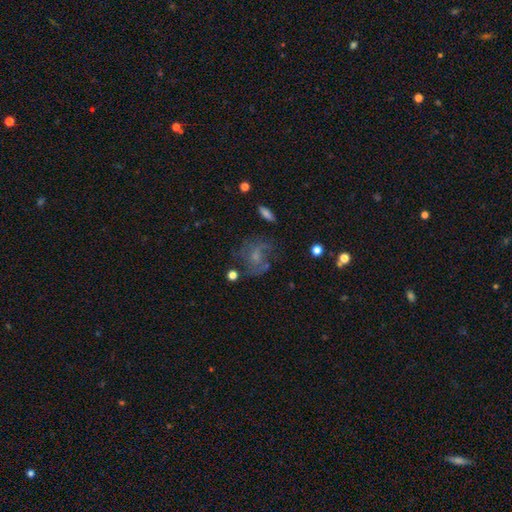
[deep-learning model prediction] smooth-or-featured: featured or disk: 53% | smooth: 31% | star or artifact: 16%
  disk-edge-on: no: 96% | yes: 4%
    bar: no: 68% | weak: 27% | strong: 5%
    has-spiral-arms: yes: 64% | no: 36%
    bulge-size: small: 44% | moderate: 30% | none: 22% | large: 4% | dominant: 1%
  merging: none: 54% | minor disturbance: 21% | major disturbance: 21% | merger: 4%